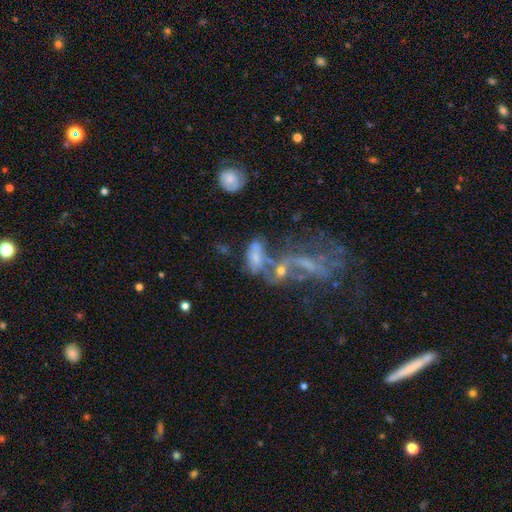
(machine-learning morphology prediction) A smooth galaxy with no disk features (46%).

Vote fractions:
- Smooth or featured? smooth: 46% / featured or disk: 38% / star or artifact: 16%
- Merging? merger: 54% / none: 18% / major disturbance: 17% / minor disturbance: 11%